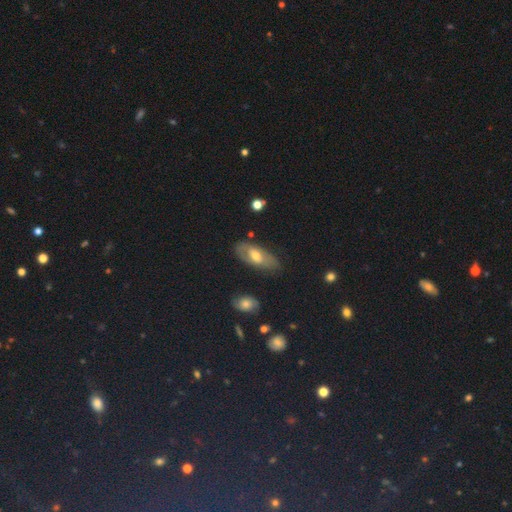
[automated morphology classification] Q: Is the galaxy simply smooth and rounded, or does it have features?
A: featured or disk — 52%.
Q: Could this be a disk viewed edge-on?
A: no — 81%.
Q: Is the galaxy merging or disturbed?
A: none — 71%.